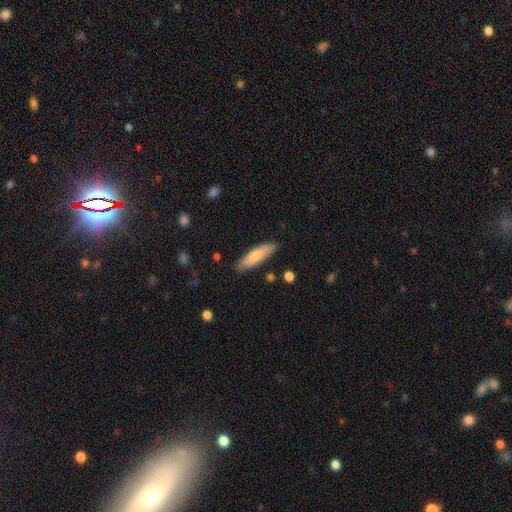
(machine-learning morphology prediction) Overall: smooth (73%). How rounded: cigar-shaped (63%; in between 35%). Merging: none (85%).